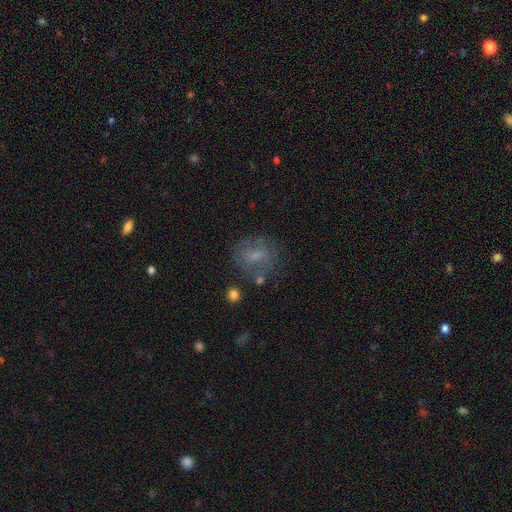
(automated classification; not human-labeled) Morphology: type=smooth (56%); roundness=round (59%); merging=none (61%).